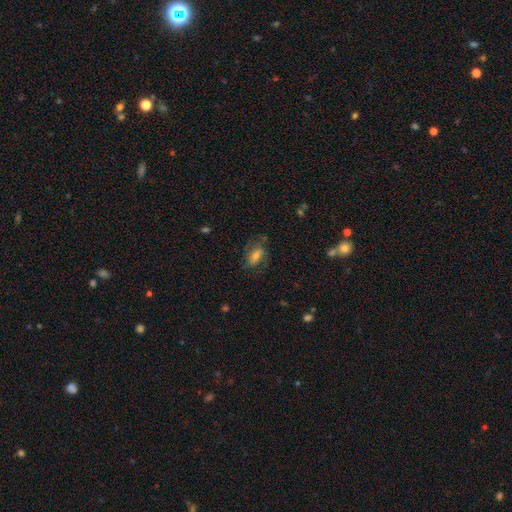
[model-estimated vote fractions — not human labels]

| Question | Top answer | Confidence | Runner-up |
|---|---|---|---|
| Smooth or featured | smooth | 45% | featured or disk (40%) |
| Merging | none | 64% | minor disturbance (21%) |